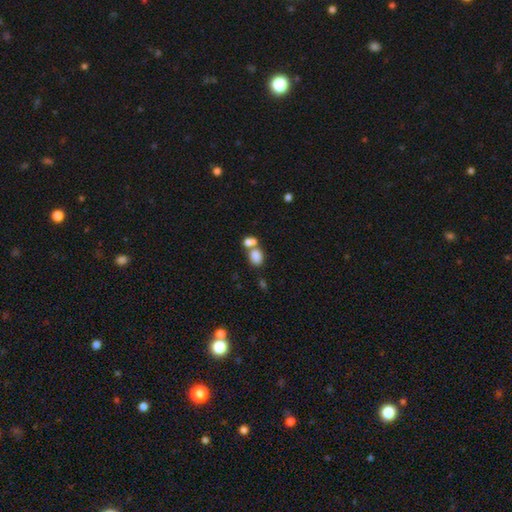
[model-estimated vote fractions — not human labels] smooth_or_featured: smooth (p=0.80) [alt: featured or disk p=0.10]
how_rounded: in between (p=0.67) [alt: round p=0.32]
merging: merger (p=0.53) [alt: none p=0.35]